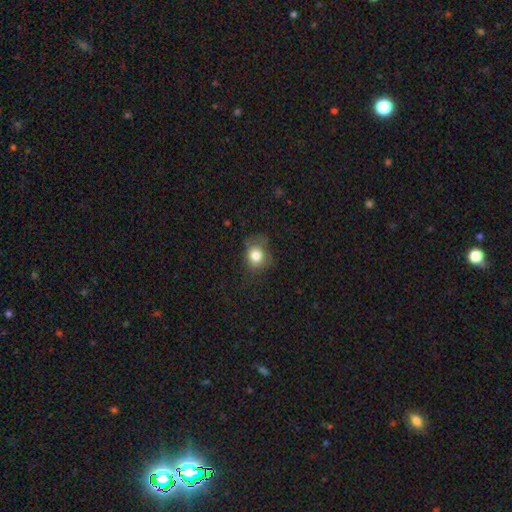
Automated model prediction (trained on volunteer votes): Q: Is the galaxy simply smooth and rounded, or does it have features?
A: smooth — 81%.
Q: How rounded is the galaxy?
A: round — 69%.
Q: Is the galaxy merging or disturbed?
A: none — 62%.